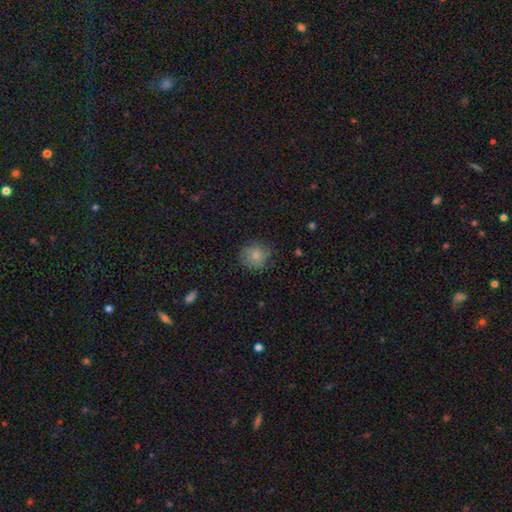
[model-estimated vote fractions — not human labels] Smooth or featured? smooth (77%)
How rounded? round (87%)
Merging? none (75%)